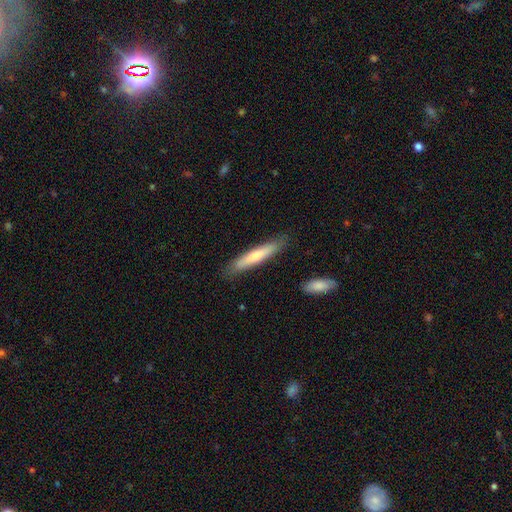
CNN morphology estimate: Smooth or featured? smooth (66%)
How rounded? cigar-shaped (90%)
Merging? none (85%)